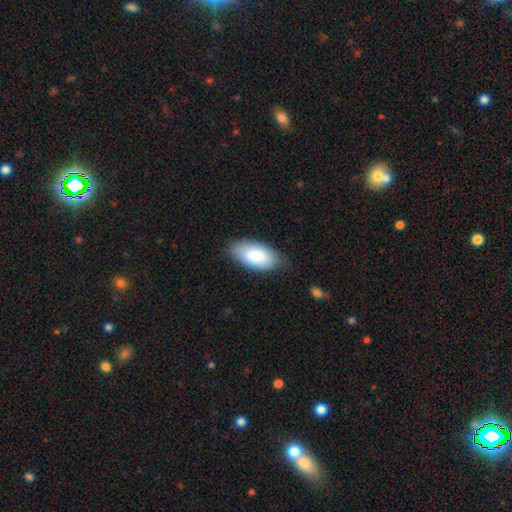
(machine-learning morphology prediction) Smooth or featured: smooth — 85% (featured or disk — 9%)
How rounded: in between — 93% (cigar-shaped — 5%)
Merging: none — 80% (minor disturbance — 16%)